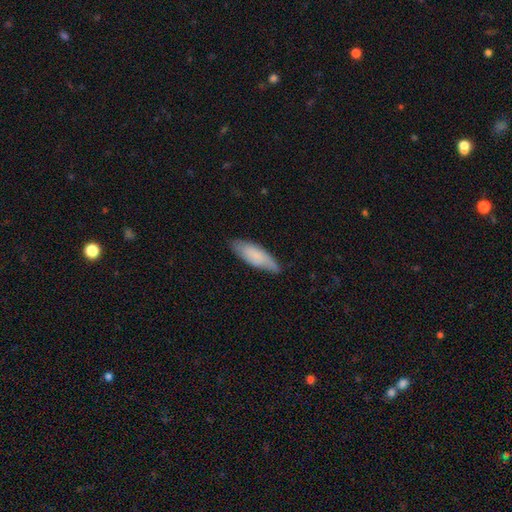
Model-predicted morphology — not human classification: Overall: smooth (76%). How rounded: in between (59%; cigar-shaped 39%). Merging: none (74%).